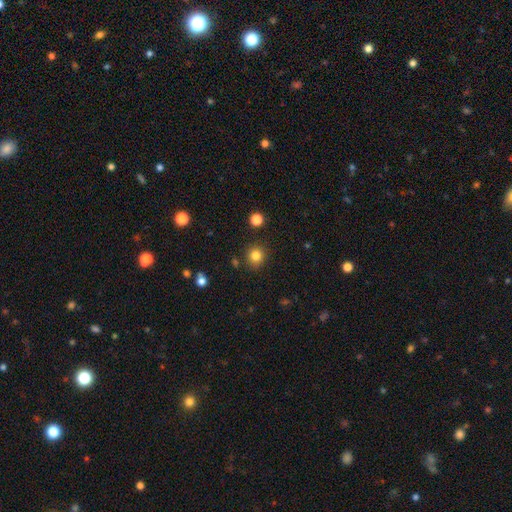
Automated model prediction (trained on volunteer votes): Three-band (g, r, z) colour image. It shows a smooth galaxy with no disk features (83%) that is round (90%). Merging: none (87%).